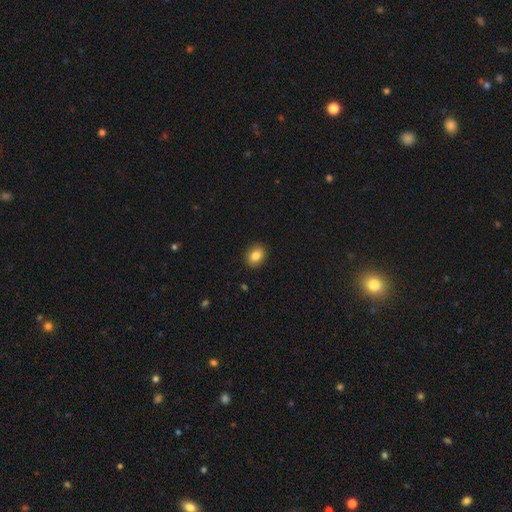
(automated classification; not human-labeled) Q: Smooth or featured?
A: smooth (83%); runner-up: star or artifact (9%)
Q: How rounded?
A: in between (61%); runner-up: round (38%)
Q: Merging?
A: none (90%); runner-up: minor disturbance (7%)